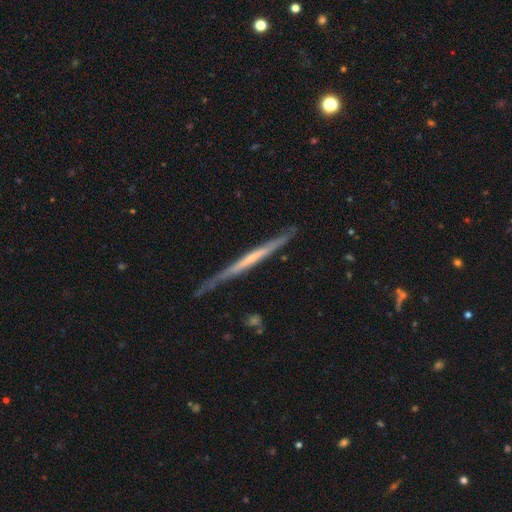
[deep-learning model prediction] Smooth or featured: featured or disk — 67% (smooth — 27%)
Edge-on disk: yes — 97% (no — 3%)
Edge-on bulge: none — 81% (rounded — 12%)
Merging: none — 83% (minor disturbance — 13%)